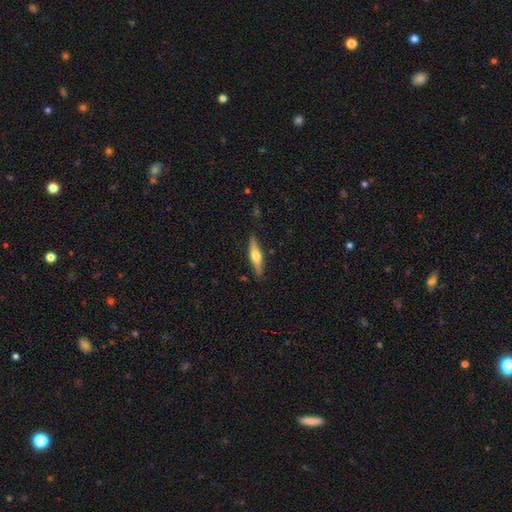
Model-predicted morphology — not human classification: Smooth or featured? Predicted: featured or disk (p=0.59). Edge-on disk? Predicted: yes (p=0.96). Edge-on bulge? Predicted: rounded (p=0.93). Merging? Predicted: none (p=0.88).